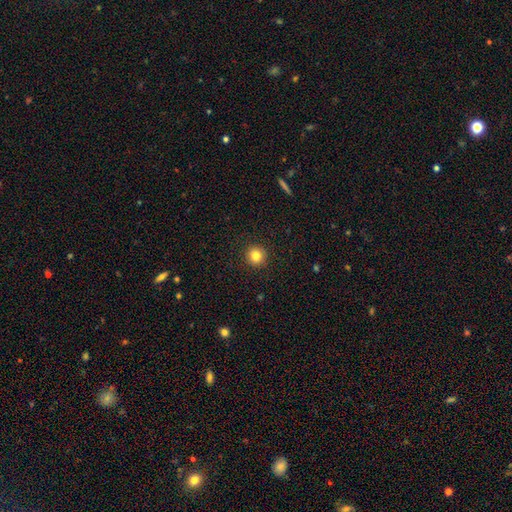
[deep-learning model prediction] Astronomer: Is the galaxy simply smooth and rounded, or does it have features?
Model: smooth — 83%.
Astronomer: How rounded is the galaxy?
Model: round — 95%.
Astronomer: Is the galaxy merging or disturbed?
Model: none — 93%.